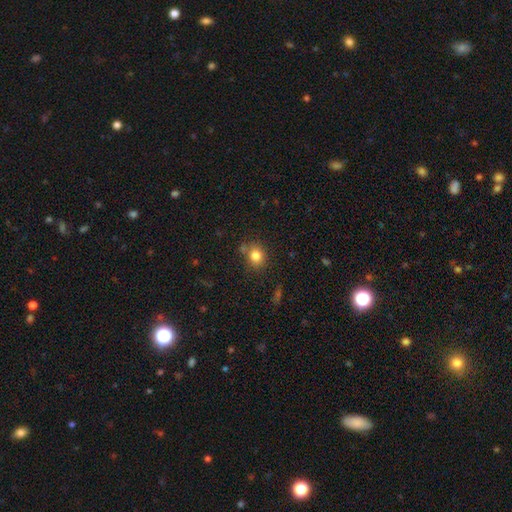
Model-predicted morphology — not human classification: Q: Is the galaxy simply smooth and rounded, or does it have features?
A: smooth — 81%.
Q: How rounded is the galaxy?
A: round — 74%.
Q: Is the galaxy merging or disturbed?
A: none — 73%.